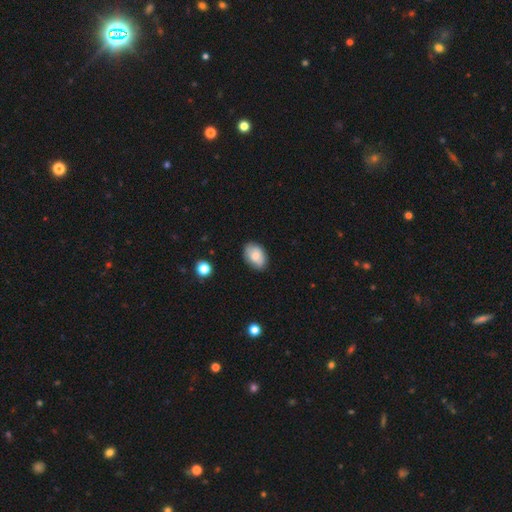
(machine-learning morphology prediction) Smooth or featured? Predicted: smooth (p=0.77). How rounded? Predicted: in between (p=0.87). Merging? Predicted: none (p=0.79).